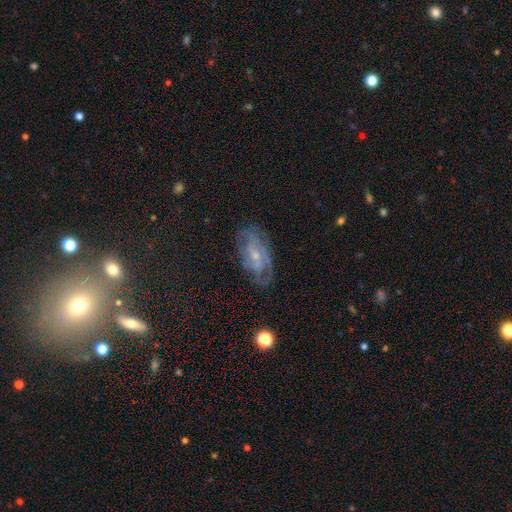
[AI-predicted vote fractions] featured or disk 68%, smooth 20%, star or artifact 12%. Down the decision tree: edge-on disk — no (93%); bar — no (52%); spiral arms — yes (80%); spiral arm count — can't tell (46%); spiral winding — tight (46%); bulge size — small (66%); merging — none (66%).